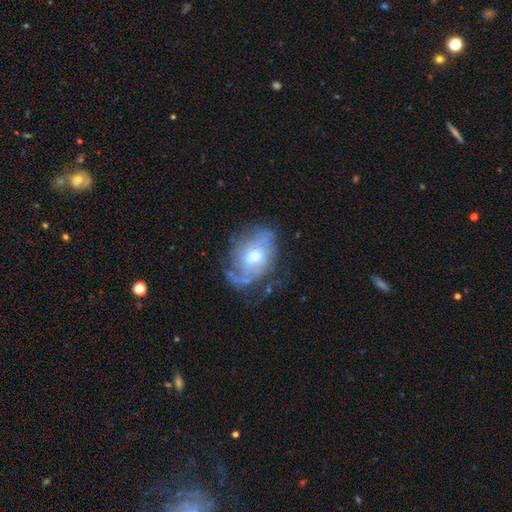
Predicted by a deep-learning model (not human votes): Overall: featured or disk (63%; smooth 28%). Edge-on disk: no (95%). Bar: no (62%; weak 32%). Spiral arms: yes (68%; no 32%). Bulge size: moderate (66%). Merging: none (48%; minor disturbance 29%).